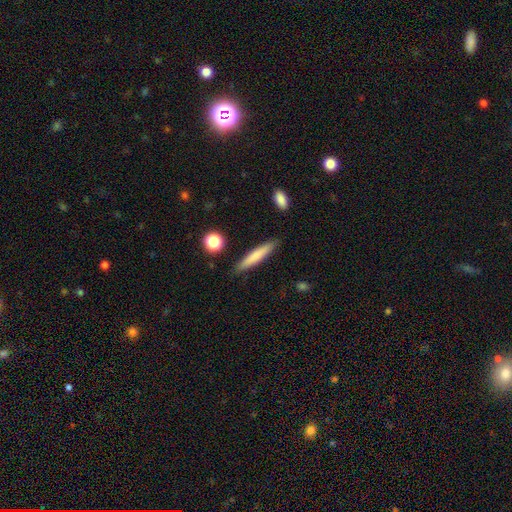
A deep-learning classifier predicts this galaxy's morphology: Smooth or featured? smooth (71%)
How rounded? cigar-shaped (92%)
Merging? none (88%)